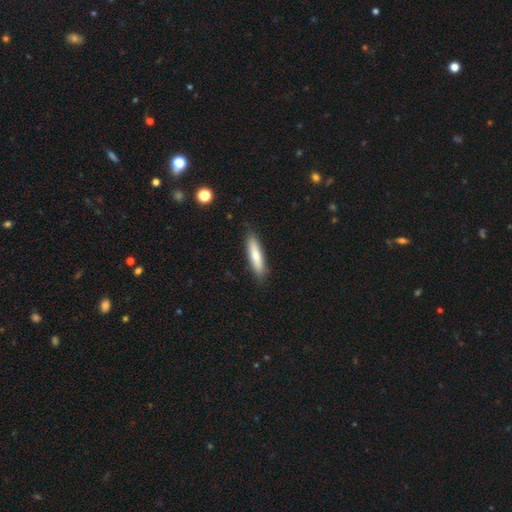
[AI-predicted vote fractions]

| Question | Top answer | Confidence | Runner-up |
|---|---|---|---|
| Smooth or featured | smooth | 72% | featured or disk (22%) |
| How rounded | cigar-shaped | 78% | in between (21%) |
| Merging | none | 87% | minor disturbance (10%) |